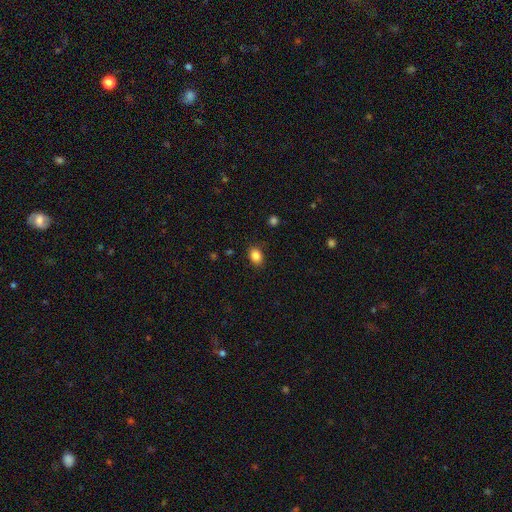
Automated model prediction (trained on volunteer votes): This appears to be a smooth galaxy with no disk features (86%) that is in between round and cigar-shaped (67%). Merging: none (86%).